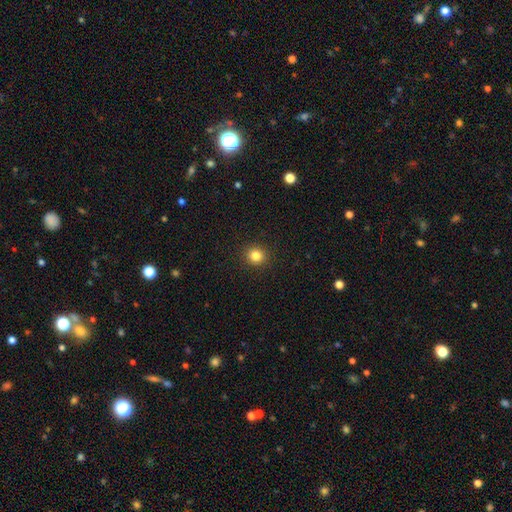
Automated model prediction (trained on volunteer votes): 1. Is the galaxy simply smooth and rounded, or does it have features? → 83% smooth, 12% star or artifact, 5% featured or disk.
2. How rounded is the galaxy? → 88% round, 11% in between, 1% cigar-shaped.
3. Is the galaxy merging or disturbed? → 92% none, 5% minor disturbance, 2% major disturbance, 1% merger.